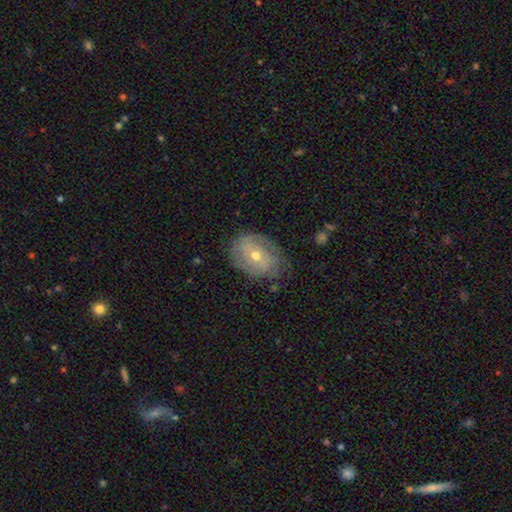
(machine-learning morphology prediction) type=featured or disk (69%); edge-on=no (95%); bar=no (67%); spiral arms=yes (81%); winding=tight (62%); arm count=can't tell (41%); bulge=moderate (55%); merging=none (69%).